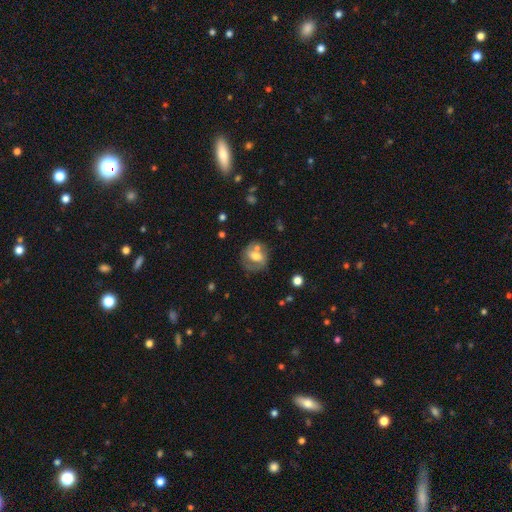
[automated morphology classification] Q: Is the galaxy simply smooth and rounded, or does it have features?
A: featured or disk — 49%.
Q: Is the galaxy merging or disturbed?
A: none — 55%.